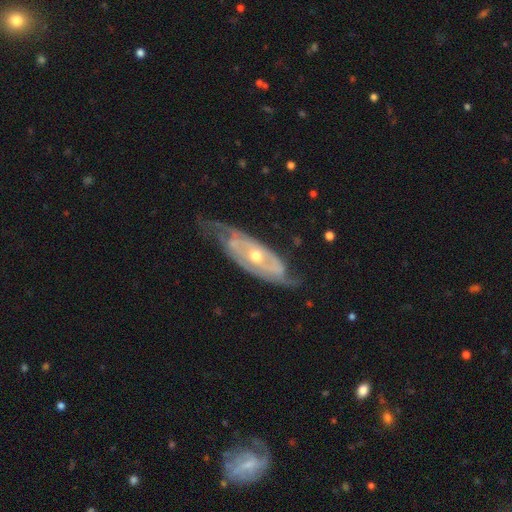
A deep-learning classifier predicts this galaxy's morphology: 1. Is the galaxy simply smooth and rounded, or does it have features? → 85% featured or disk, 10% smooth, 5% star or artifact.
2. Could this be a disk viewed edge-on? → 84% no, 16% yes.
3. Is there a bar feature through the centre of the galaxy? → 69% no, 23% weak, 8% strong.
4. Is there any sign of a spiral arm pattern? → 89% yes, 11% no.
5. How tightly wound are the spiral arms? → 58% tight, 31% medium, 12% loose.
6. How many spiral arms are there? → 53% 2, 29% can't tell, 8% 3, 4% 1, 3% 4, 3% more than 4.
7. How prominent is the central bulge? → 63% moderate, 33% small, 3% large, 1% none, 1% dominant.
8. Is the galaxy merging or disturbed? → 64% none, 23% minor disturbance, 11% major disturbance, 2% merger.